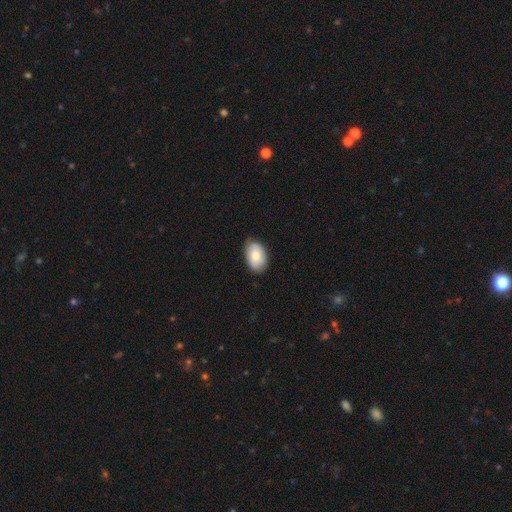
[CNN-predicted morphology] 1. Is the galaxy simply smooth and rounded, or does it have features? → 75% smooth, 18% featured or disk, 6% star or artifact.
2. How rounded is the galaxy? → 90% in between, 9% round, 1% cigar-shaped.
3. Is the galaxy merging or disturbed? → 81% none, 16% minor disturbance, 3% major disturbance, 1% merger.